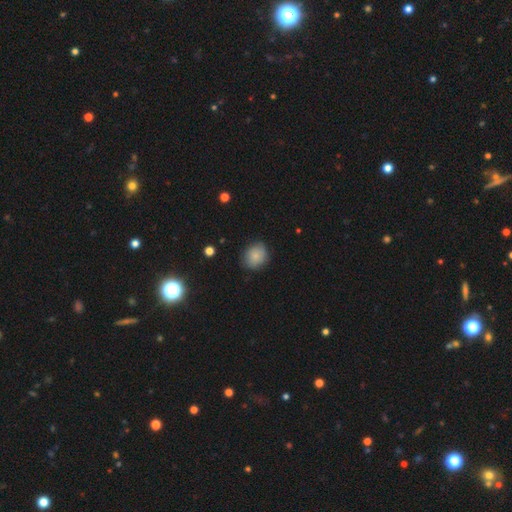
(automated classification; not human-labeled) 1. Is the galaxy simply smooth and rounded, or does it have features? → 81% smooth, 10% featured or disk, 9% star or artifact.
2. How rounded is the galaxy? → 66% round, 33% in between, 1% cigar-shaped.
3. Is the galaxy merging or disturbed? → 79% none, 17% minor disturbance, 4% major disturbance, 1% merger.